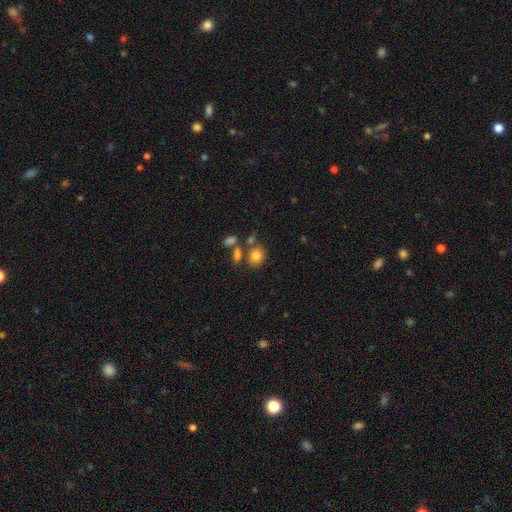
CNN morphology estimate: Smooth or featured? Predicted: smooth (p=0.80). How rounded? Predicted: round (p=0.51). Merging? Predicted: none (p=0.61).